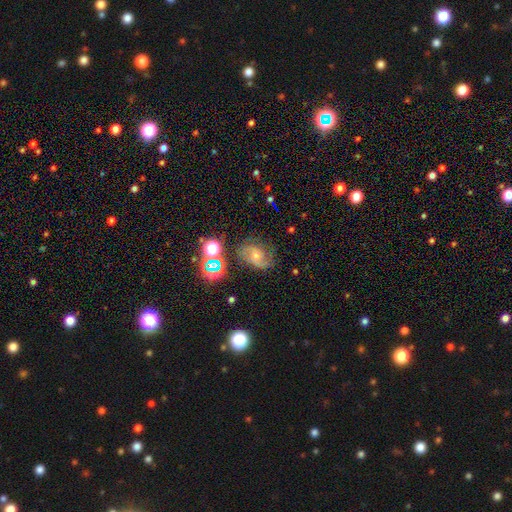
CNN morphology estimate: Smooth or featured? featured or disk (64%)
Edge-on disk? no (97%)
Bar? no (63%)
Spiral arms? yes (91%)
Spiral winding? medium (49%)
Spiral arm count? 2 (70%)
Bulge size? small (60%)
Merging? none (59%)